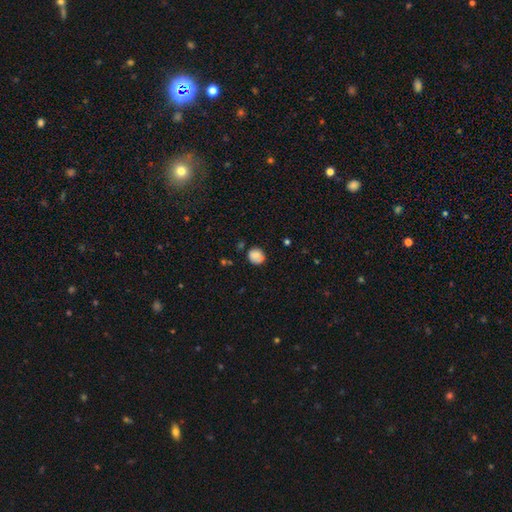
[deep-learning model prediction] Smooth or featured: smooth — 82% (star or artifact — 9%)
How rounded: round — 79% (in between — 20%)
Merging: none — 72% (minor disturbance — 20%)